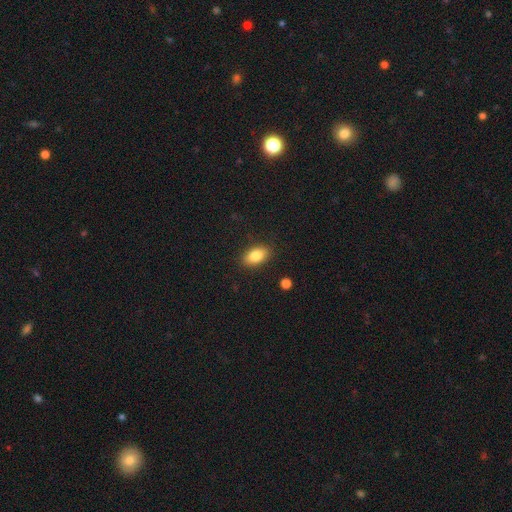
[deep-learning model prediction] smooth_or_featured: smooth (p=0.84) [alt: featured or disk p=0.08]
how_rounded: in between (p=0.90) [alt: round p=0.07]
merging: none (p=0.87) [alt: minor disturbance p=0.09]